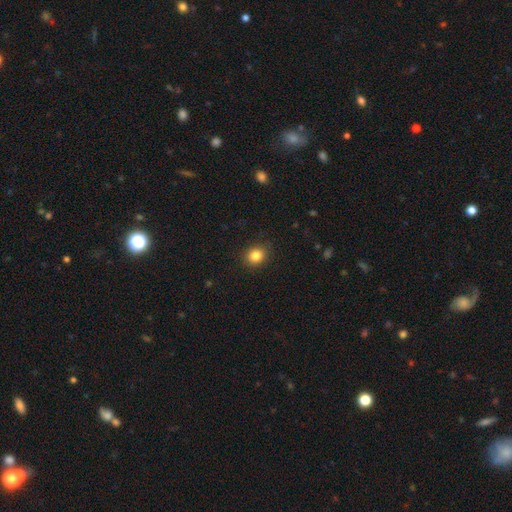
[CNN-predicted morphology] This appears to be a smooth galaxy with no disk features (84%) that is round (72%). Merging: none (87%).